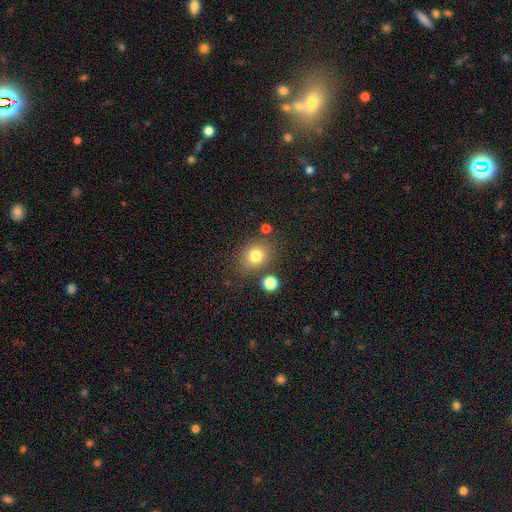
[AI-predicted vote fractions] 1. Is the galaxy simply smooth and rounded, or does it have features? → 78% smooth, 13% star or artifact, 9% featured or disk.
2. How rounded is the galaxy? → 65% round, 35% in between, 1% cigar-shaped.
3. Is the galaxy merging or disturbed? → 77% none, 11% minor disturbance, 8% merger, 4% major disturbance.